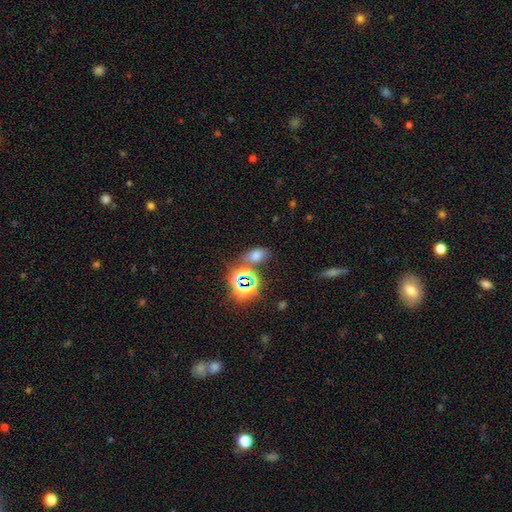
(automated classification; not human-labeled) A smooth galaxy with no disk features (60%) that is in between round and cigar-shaped (84%).

Vote fractions:
- Smooth or featured? smooth: 60% / star or artifact: 31% / featured or disk: 8%
- How rounded? in between: 84% / round: 13% / cigar-shaped: 3%
- Merging? none: 64% / minor disturbance: 15% / merger: 14% / major disturbance: 6%